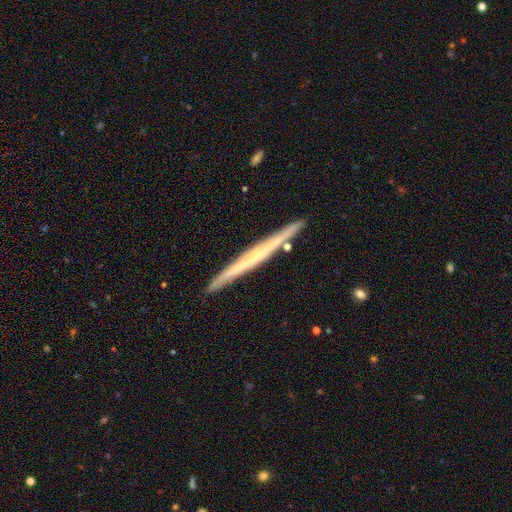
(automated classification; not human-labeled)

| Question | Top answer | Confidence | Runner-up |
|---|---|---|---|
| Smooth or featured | featured or disk | 63% | smooth (31%) |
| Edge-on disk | yes | 97% | no (3%) |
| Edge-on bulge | none | 73% | rounded (21%) |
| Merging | none | 89% | minor disturbance (8%) |